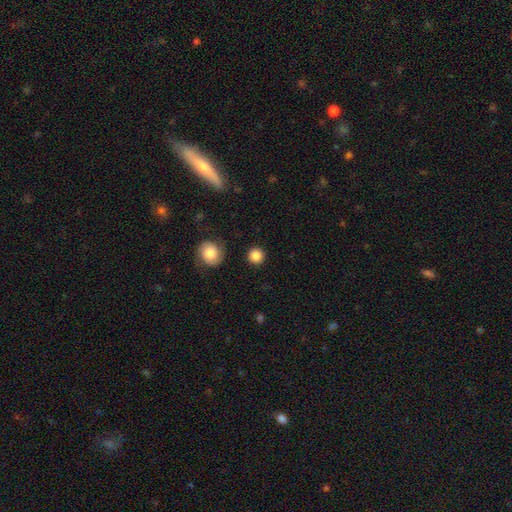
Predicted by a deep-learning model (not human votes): Smooth or featured? smooth (86%)
How rounded? round (94%)
Merging? none (90%)